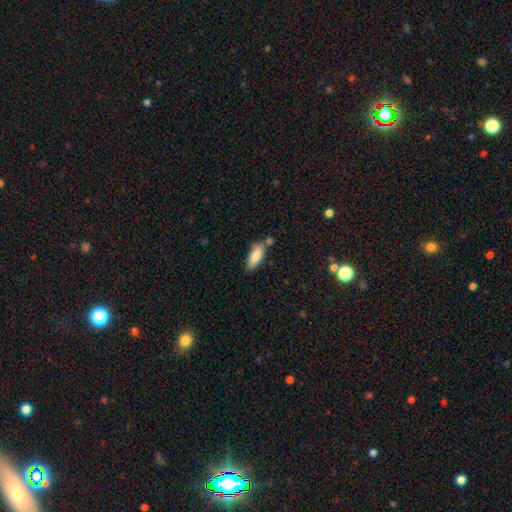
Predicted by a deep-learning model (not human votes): Morphology: type=smooth (86%); roundness=in between (74%); merging=none (62%).